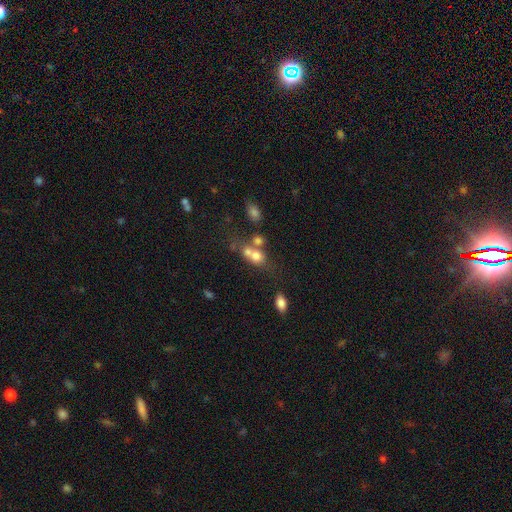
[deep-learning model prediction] smooth-or-featured: smooth: 67% | featured or disk: 20% | star or artifact: 14%
  how-rounded: round: 57% | in between: 40% | cigar-shaped: 2%
  merging: merger: 56% | none: 28% | minor disturbance: 9% | major disturbance: 6%